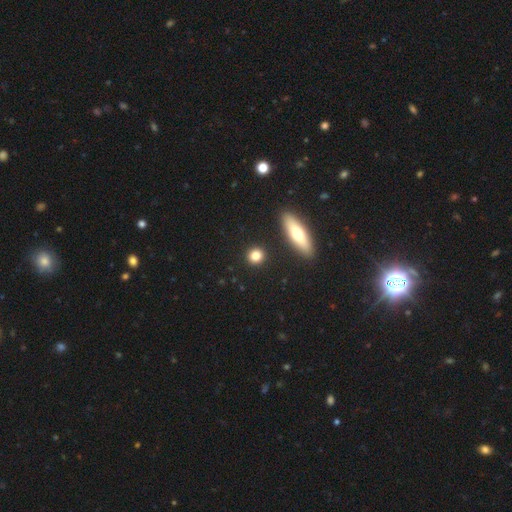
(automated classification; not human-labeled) Smooth or featured: smooth — 82% (star or artifact — 9%)
How rounded: round — 81% (in between — 15%)
Merging: none — 90% (minor disturbance — 6%)